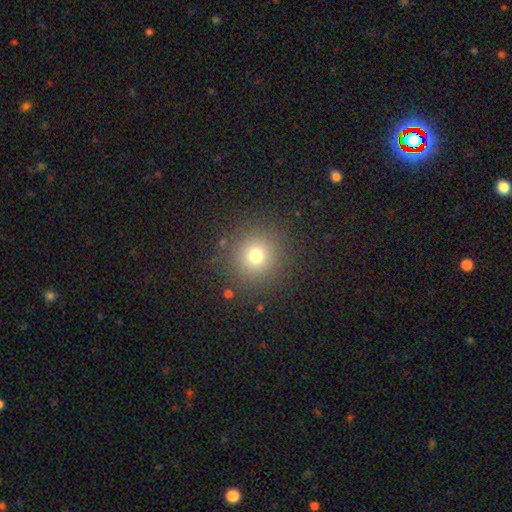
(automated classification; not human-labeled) Smooth or featured: smooth — 72% (star or artifact — 18%)
How rounded: round — 94% (in between — 5%)
Merging: none — 88% (minor disturbance — 7%)